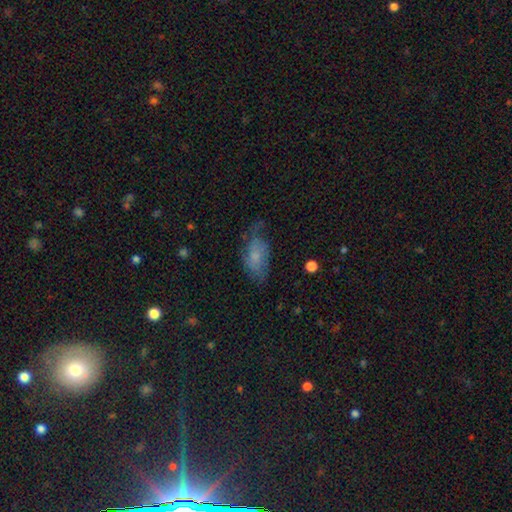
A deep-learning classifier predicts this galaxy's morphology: Smooth or featured?
  - smooth: 60% *
  - featured or disk: 31%
  - star or artifact: 9%
How rounded?
  - in between: 90% *
  - cigar-shaped: 6%
  - round: 4%
Merging?
  - none: 47% *
  - minor disturbance: 32%
  - major disturbance: 20%
  - merger: 2%